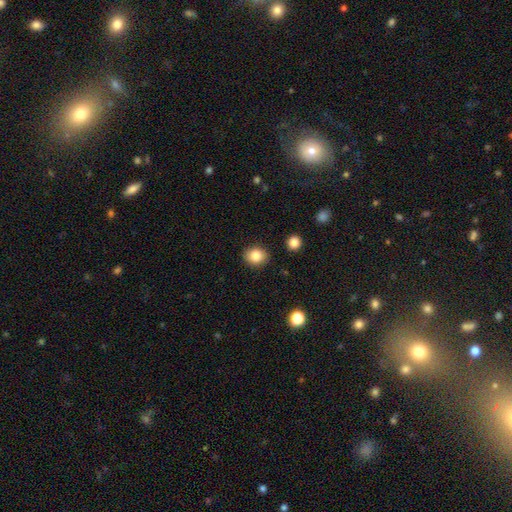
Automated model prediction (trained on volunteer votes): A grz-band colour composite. It shows a smooth galaxy with no disk features (85%) that is round (62%). Merging: none (88%).